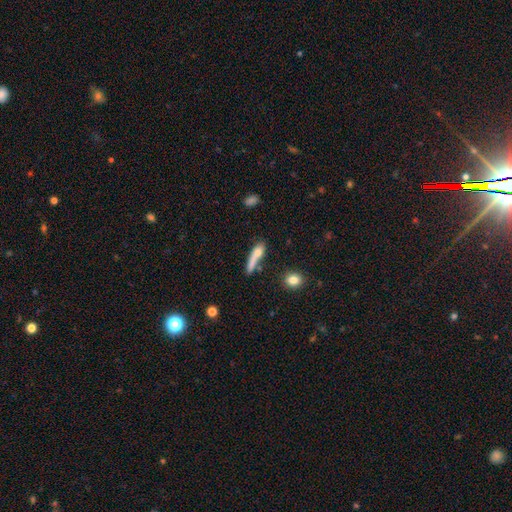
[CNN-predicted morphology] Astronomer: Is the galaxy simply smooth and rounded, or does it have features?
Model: smooth — 69%.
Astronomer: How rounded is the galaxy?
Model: cigar-shaped — 70%.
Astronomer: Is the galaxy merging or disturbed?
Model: none — 43% (runner-up: merger, 22%).